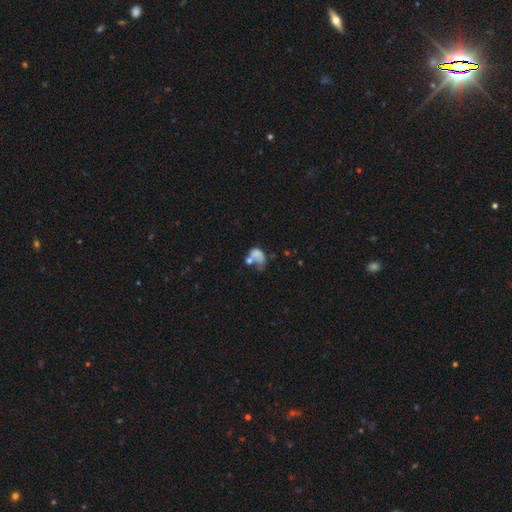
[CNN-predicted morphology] Smooth or featured? Predicted: smooth (p=0.57). How rounded? Predicted: in between (p=0.77). Merging? Predicted: merger (p=0.38).